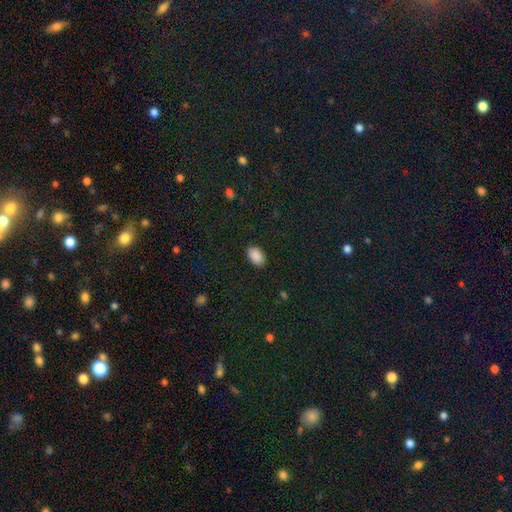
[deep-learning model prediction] Smooth or featured?
  - smooth: 89% *
  - star or artifact: 8%
  - featured or disk: 3%
How rounded?
  - in between: 90% *
  - round: 9%
  - cigar-shaped: 1%
Merging?
  - none: 88% *
  - minor disturbance: 9%
  - major disturbance: 2%
  - merger: 1%